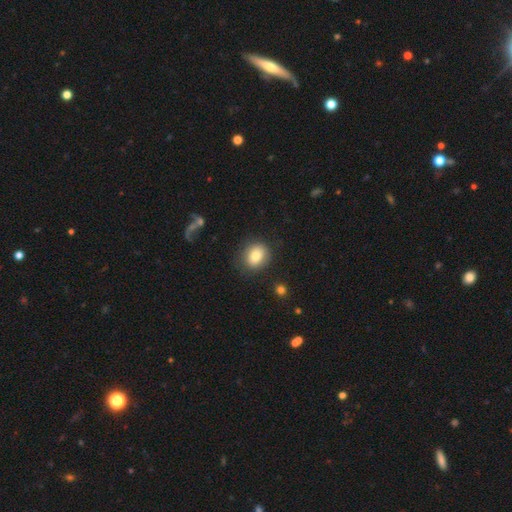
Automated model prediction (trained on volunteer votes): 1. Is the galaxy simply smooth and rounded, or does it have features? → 76% smooth, 15% featured or disk, 9% star or artifact.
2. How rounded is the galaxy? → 65% round, 34% in between, 1% cigar-shaped.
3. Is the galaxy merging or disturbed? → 81% none, 13% minor disturbance, 5% major disturbance, 2% merger.